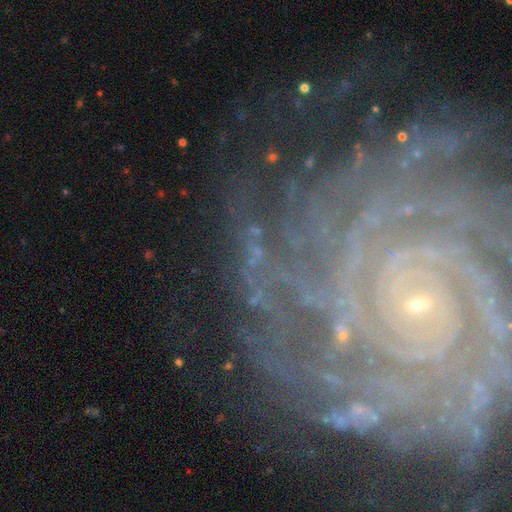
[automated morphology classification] Smooth or featured?
  - featured or disk: 64% *
  - star or artifact: 25%
  - smooth: 11%
Edge-on disk?
  - no: 93% *
  - yes: 7%
Bar?
  - no: 47% *
  - weak: 28%
  - strong: 25%
Spiral arms?
  - yes: 90% *
  - no: 10%
Spiral winding?
  - tight: 76% *
  - medium: 19%
  - loose: 6%
Spiral arm count?
  - can't tell: 30% *
  - 2: 16%
  - 3: 16%
  - more than 4: 14%
  - 4: 13%
  - 1: 11%
Bulge size?
  - small: 62% *
  - moderate: 22%
  - none: 8%
  - large: 5%
  - dominant: 3%
Merging?
  - none: 71% *
  - minor disturbance: 15%
  - major disturbance: 10%
  - merger: 4%